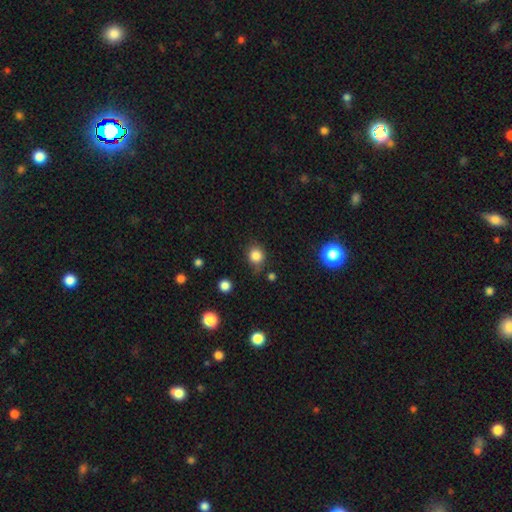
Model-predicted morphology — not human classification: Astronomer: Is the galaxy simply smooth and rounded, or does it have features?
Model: smooth — 83%.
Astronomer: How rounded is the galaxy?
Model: round — 81%.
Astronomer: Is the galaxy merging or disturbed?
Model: none — 73%.